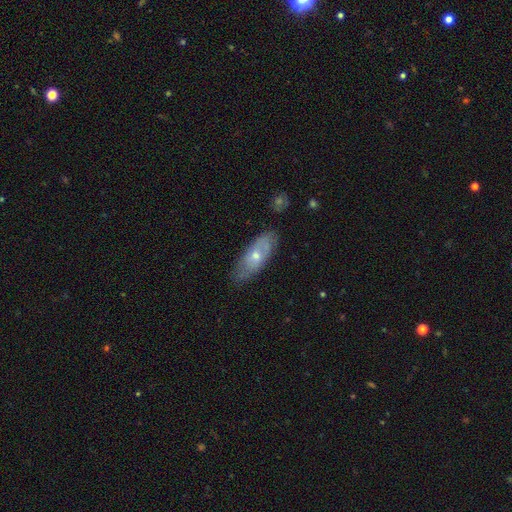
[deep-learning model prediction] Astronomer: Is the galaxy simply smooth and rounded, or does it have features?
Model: featured or disk — 51% (runner-up: smooth, 42%).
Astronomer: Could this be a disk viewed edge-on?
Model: no — 75%.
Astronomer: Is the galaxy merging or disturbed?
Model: none — 77%.